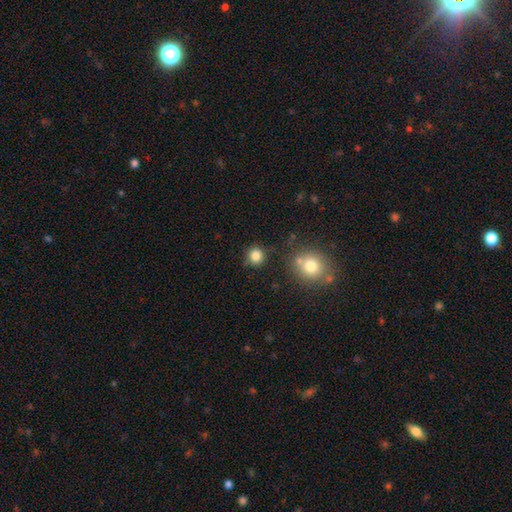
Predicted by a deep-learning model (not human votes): Smooth or featured? Predicted: smooth (p=0.84). How rounded? Predicted: round (p=0.91). Merging? Predicted: none (p=0.85).